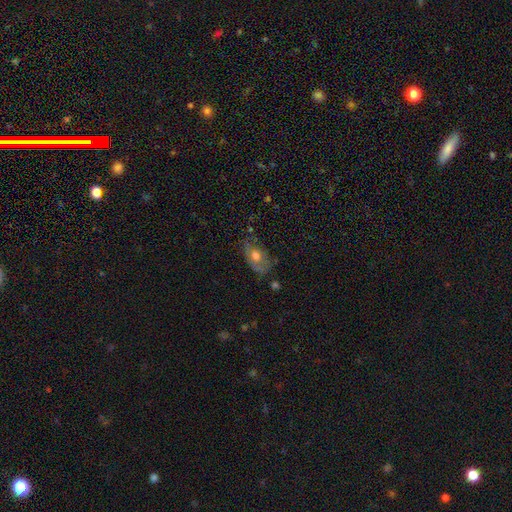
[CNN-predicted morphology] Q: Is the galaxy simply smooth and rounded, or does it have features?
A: smooth — 50%.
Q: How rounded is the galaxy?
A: in between — 84%.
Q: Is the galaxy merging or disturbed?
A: none — 52%.